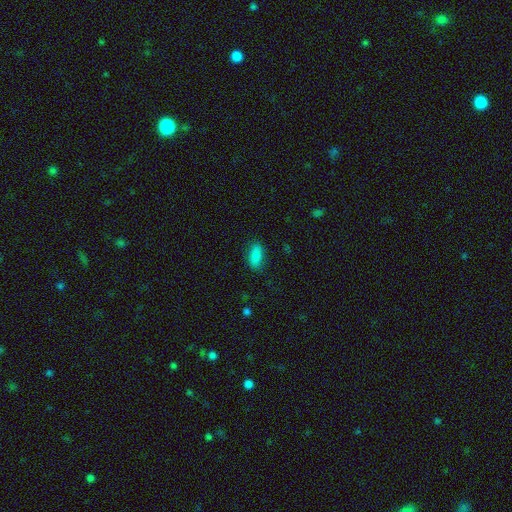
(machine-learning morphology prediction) A smooth galaxy with no disk features (86%) that is in between round and cigar-shaped (86%). Merging: none (84%).